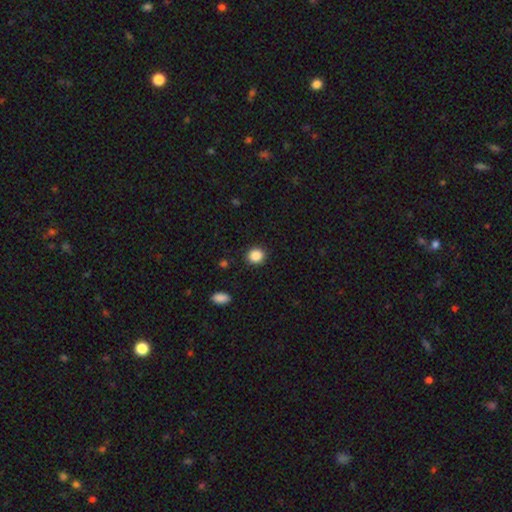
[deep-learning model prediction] smooth 87%, star or artifact 10%, featured or disk 3%. Down the decision tree: how rounded — round (86%); merging — none (90%).